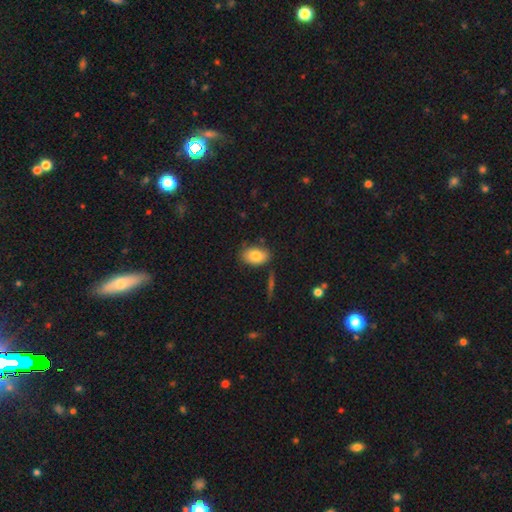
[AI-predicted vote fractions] Smooth or featured? smooth (80%)
How rounded? in between (86%)
Merging? none (76%)